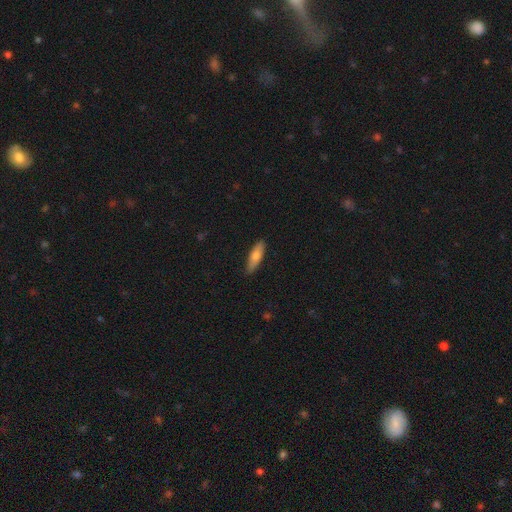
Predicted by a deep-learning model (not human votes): smooth-or-featured: smooth: 72% | featured or disk: 22% | star or artifact: 6%
  how-rounded: cigar-shaped: 61% | in between: 38% | round: 2%
  merging: none: 86% | minor disturbance: 11% | major disturbance: 2% | merger: 1%